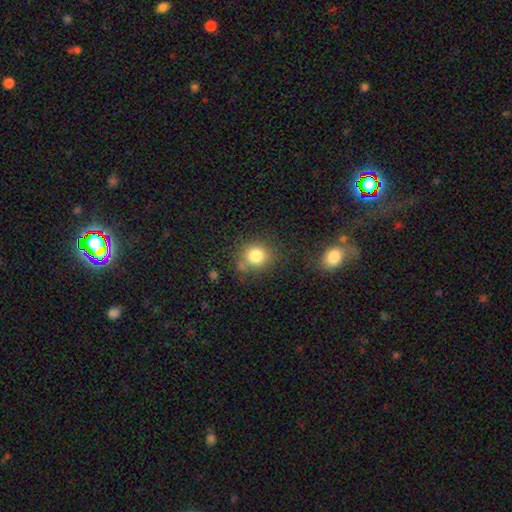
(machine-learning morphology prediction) Smooth or featured? smooth (81%)
How rounded? round (82%)
Merging? none (71%)